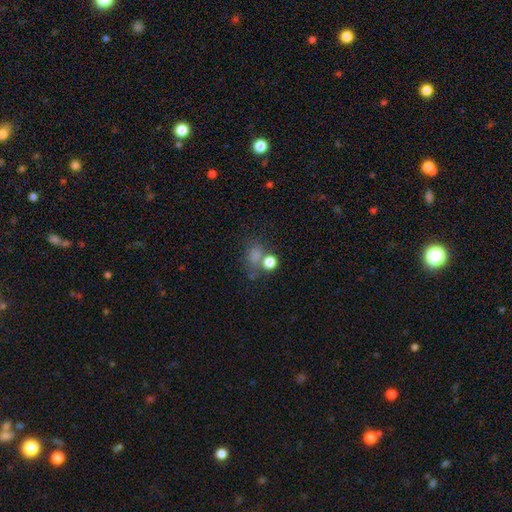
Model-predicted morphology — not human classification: smooth 72%, star or artifact 19%, featured or disk 9%. Down the decision tree: how rounded — round (56%); merging — none (52%).